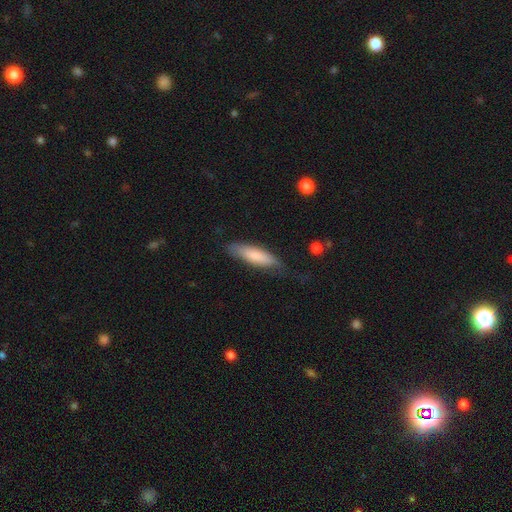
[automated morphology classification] A smooth galaxy with no disk features (79%) that is cigar-shaped (62%).

Vote fractions:
- Smooth or featured? smooth: 79% / featured or disk: 15% / star or artifact: 5%
- How rounded? cigar-shaped: 62% / in between: 37% / round: 1%
- Merging? none: 68% / minor disturbance: 23% / major disturbance: 7% / merger: 2%